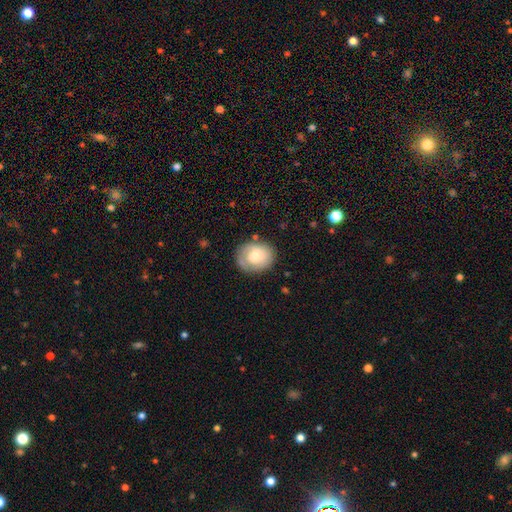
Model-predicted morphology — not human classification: type=smooth (53%); roundness=round (62%); merging=none (74%).